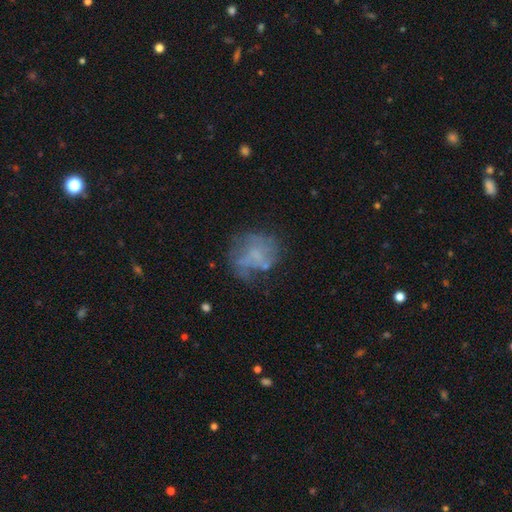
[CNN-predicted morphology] Overall: featured or disk (47%; smooth 40%). Merging: none (48%; major disturbance 24%).